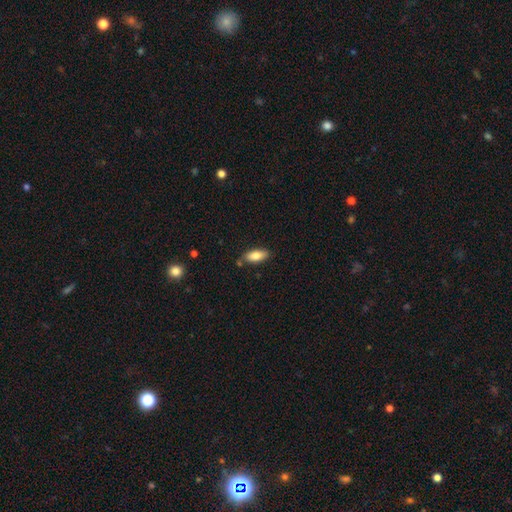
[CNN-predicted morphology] Smooth or featured: smooth — 82% (featured or disk — 12%)
How rounded: in between — 85% (cigar-shaped — 13%)
Merging: none — 77% (minor disturbance — 15%)